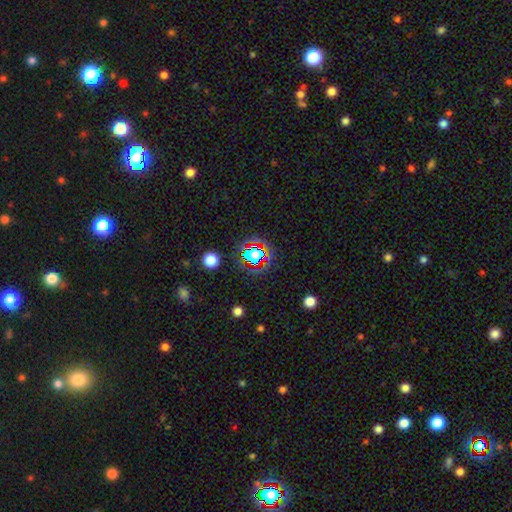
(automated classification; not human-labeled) star or artifact 58%, smooth 28%, featured or disk 14%.